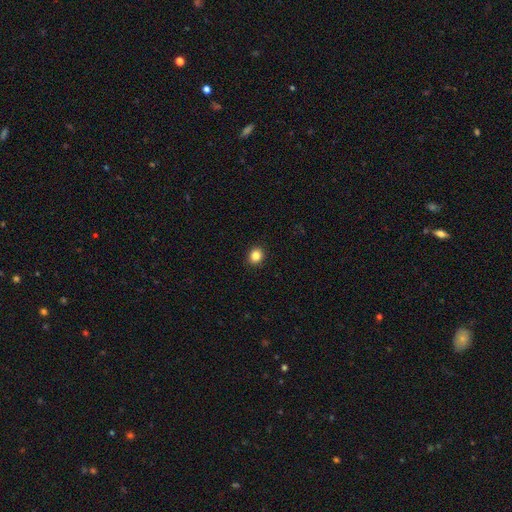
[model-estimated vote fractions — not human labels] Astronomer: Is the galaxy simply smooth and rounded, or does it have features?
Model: smooth — 84%.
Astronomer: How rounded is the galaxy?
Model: round — 73%.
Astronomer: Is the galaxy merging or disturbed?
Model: none — 92%.